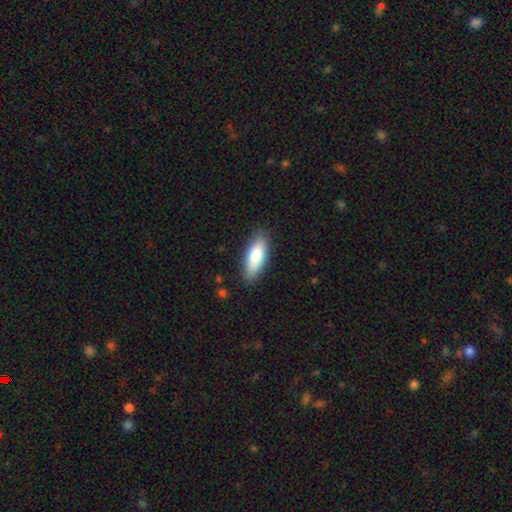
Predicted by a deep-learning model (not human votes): This appears to be a smooth galaxy with no disk features (82%) that is in between round and cigar-shaped (73%). Merging: none (85%).